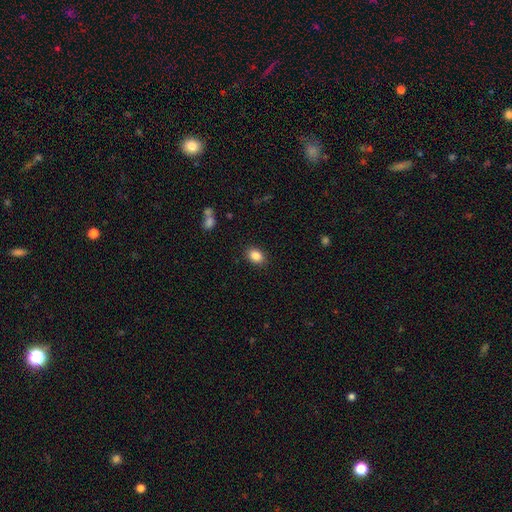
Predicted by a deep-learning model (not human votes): A smooth galaxy with no disk features (87%) that is in between round and cigar-shaped (74%). Merging: none (88%).